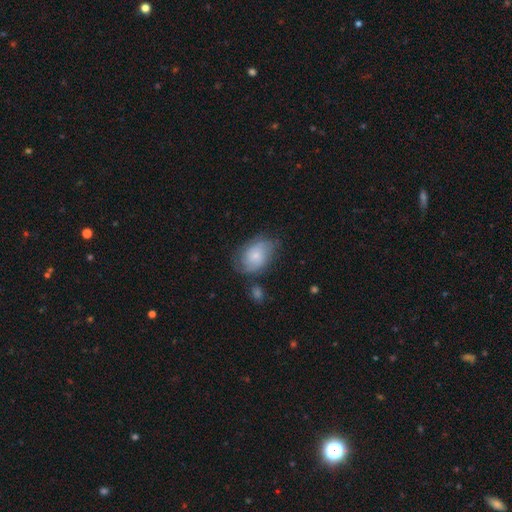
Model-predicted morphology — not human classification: This appears to be a smooth galaxy with no disk features (48%). Merging: none (61%).